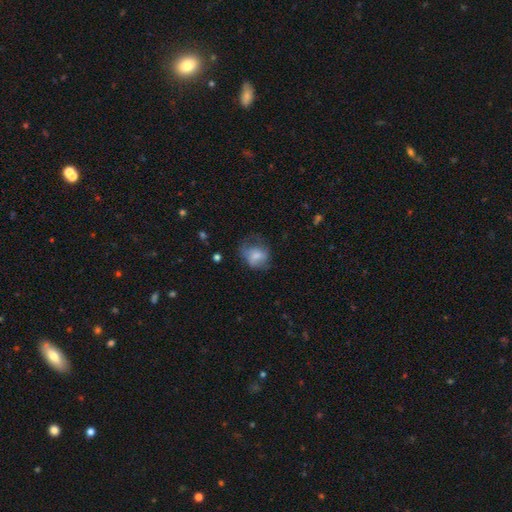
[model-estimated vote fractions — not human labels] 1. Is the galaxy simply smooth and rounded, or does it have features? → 68% smooth, 23% featured or disk, 9% star or artifact.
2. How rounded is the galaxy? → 51% in between, 48% round, 1% cigar-shaped.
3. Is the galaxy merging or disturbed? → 40% none, 30% minor disturbance, 27% major disturbance, 2% merger.